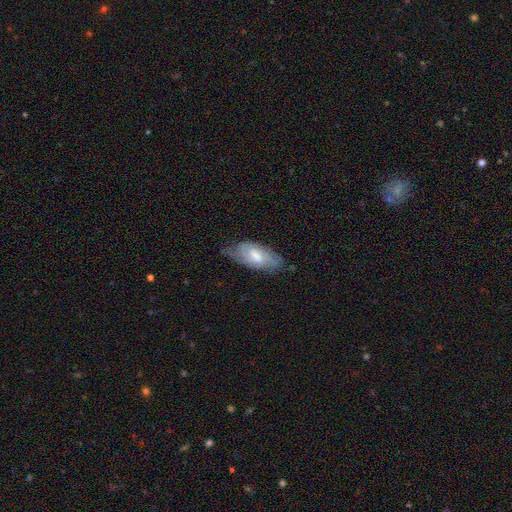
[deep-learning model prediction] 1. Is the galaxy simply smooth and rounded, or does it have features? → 47% featured or disk (tied), 47% smooth (tied), 6% star or artifact.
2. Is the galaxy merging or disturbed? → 55% none, 34% minor disturbance, 10% major disturbance, 2% merger.